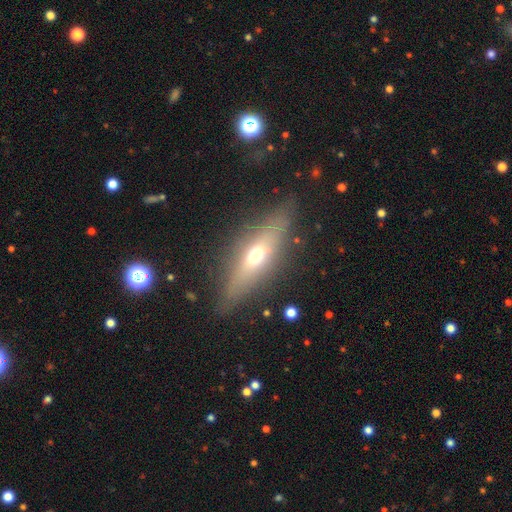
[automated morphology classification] Smooth or featured? Predicted: featured or disk (p=0.51). Edge-on disk? Predicted: yes (p=0.79). Merging? Predicted: none (p=0.83).